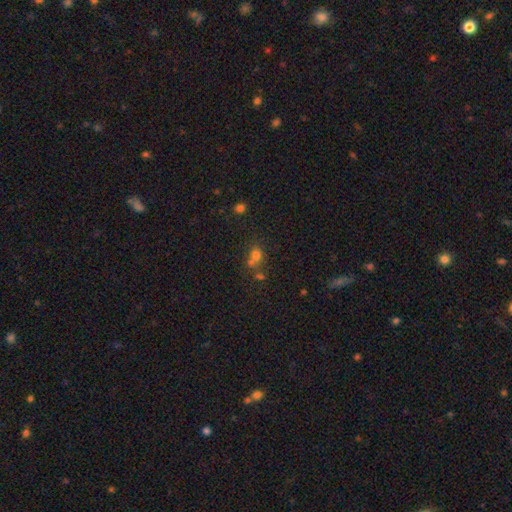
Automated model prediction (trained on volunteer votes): Morphology: type=smooth (63%); roundness=round (63%); merging=merger (42%).